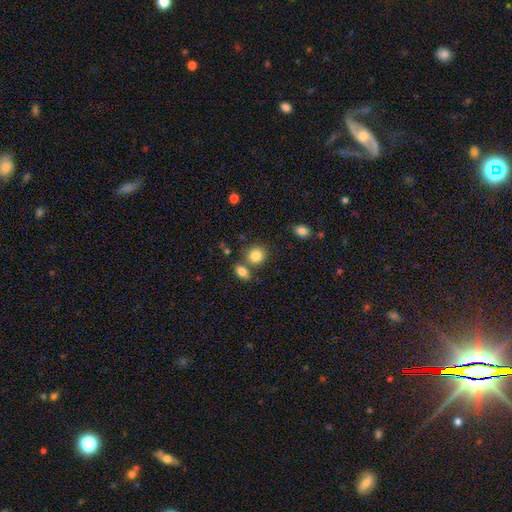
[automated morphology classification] Smooth or featured? smooth (84%)
How rounded? round (77%)
Merging? none (64%)